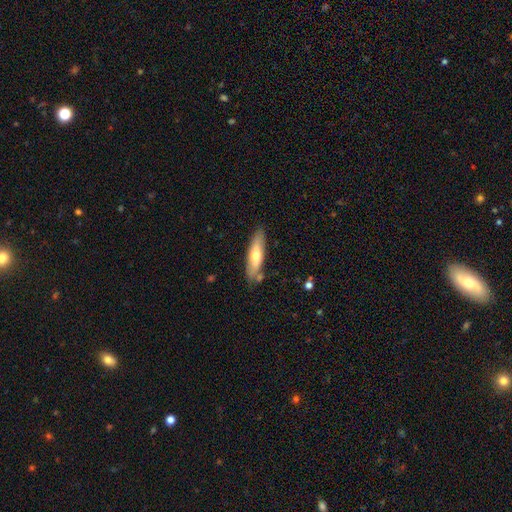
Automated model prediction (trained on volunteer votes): smooth 58%, featured or disk 36%, star or artifact 6%. Down the decision tree: how rounded — cigar-shaped (65%); merging — none (79%).